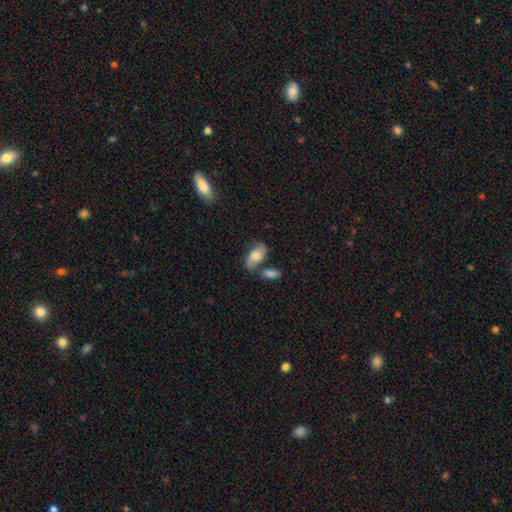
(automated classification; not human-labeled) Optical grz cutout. It shows a smooth galaxy with no disk features (48%). Merging: none (48%).